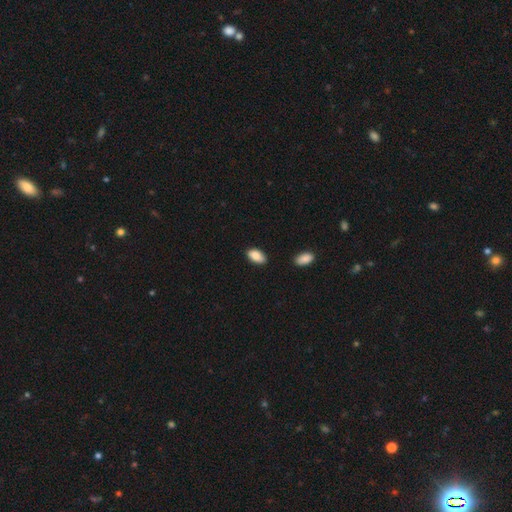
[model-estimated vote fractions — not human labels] smooth_or_featured: smooth (p=0.85) [alt: featured or disk p=0.08]
how_rounded: in between (p=0.94) [alt: round p=0.04]
merging: none (p=0.80) [alt: minor disturbance p=0.15]